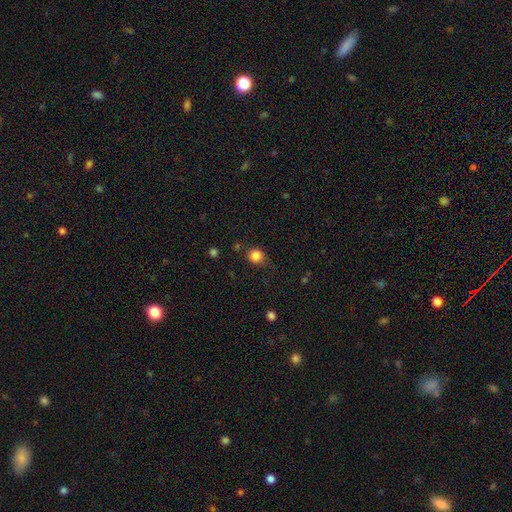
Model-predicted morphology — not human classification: Overall: smooth (84%). How rounded: round (82%). Merging: none (69%).